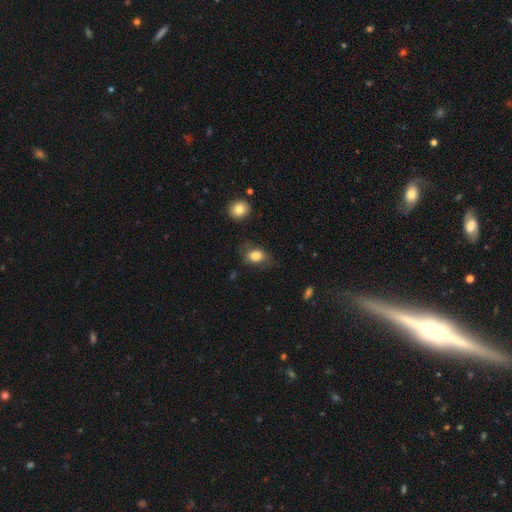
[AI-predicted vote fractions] This appears to be a smooth galaxy with no disk features (81%) that is in between round and cigar-shaped (78%). Merging: none (68%).